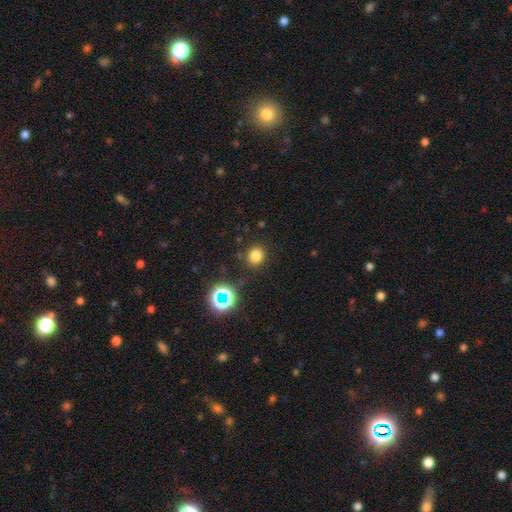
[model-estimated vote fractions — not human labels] Smooth or featured?
  - smooth: 77% *
  - star or artifact: 17%
  - featured or disk: 5%
How rounded?
  - round: 79% *
  - in between: 20%
  - cigar-shaped: 1%
Merging?
  - none: 87% *
  - minor disturbance: 8%
  - major disturbance: 3%
  - merger: 2%